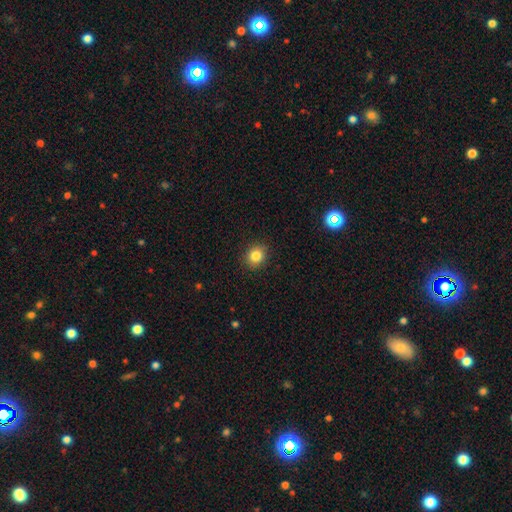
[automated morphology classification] Smooth or featured: smooth — 84% (star or artifact — 11%)
How rounded: round — 77% (in between — 23%)
Merging: none — 90% (minor disturbance — 7%)